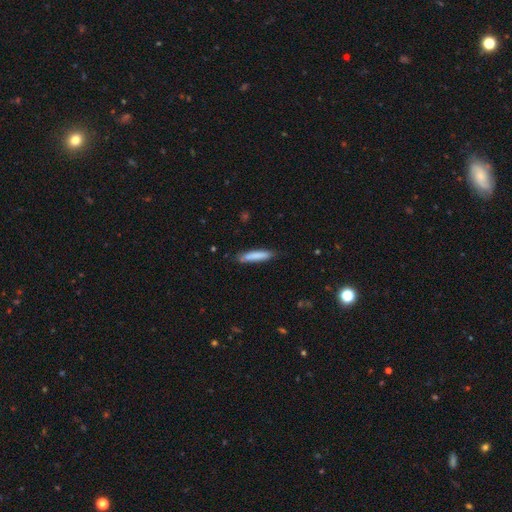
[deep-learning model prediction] A smooth galaxy with no disk features (81%) that is cigar-shaped (89%).

Vote fractions:
- Smooth or featured? smooth: 81% / featured or disk: 13% / star or artifact: 6%
- How rounded? cigar-shaped: 89% / in between: 10% / round: 1%
- Merging? none: 81% / minor disturbance: 15% / major disturbance: 2% / merger: 2%